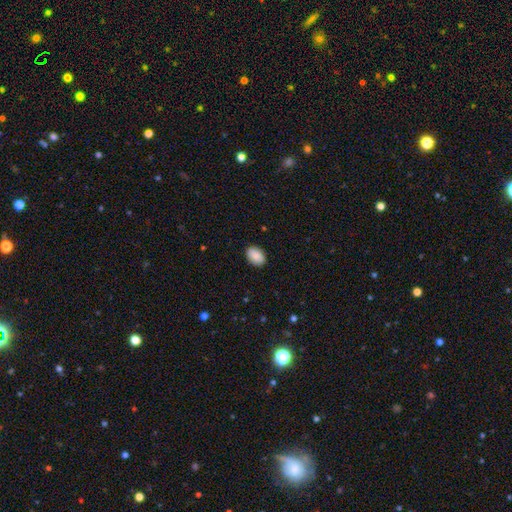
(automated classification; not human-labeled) The model was most divided on "how rounded": in between: 86%, round: 13%, cigar-shaped: 1%. More confident: smooth or featured — smooth (90%); merging — none (89%).